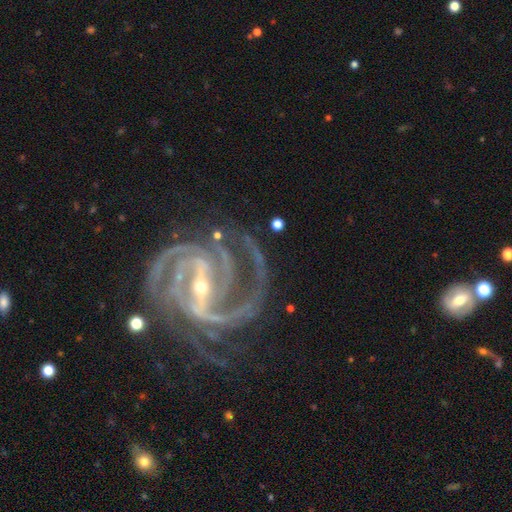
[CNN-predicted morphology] A featured or disk galaxy (93%) with a strong bar (77%), 3 (32%) tight (49%) spiral arms (99%) and a small central bulge (71%).

Vote fractions:
- Smooth or featured? featured or disk: 93% / star or artifact: 5% / smooth: 2%
- Edge-on disk? no: 97% / yes: 3%
- Bar? strong: 77% / weak: 18% / no: 5%
- Spiral arms? yes: 99% / no: 1%
- Spiral winding? tight: 49% / medium: 44% / loose: 7%
- Spiral arm count? 3: 32% / 2: 24% / 4: 21% / can't tell: 9% / more than 4: 8% / 1: 7%
- Bulge size? small: 71% / moderate: 26% / large: 1% / none: 1% / dominant: 1%
- Merging? none: 66% / minor disturbance: 18% / major disturbance: 13% / merger: 3%